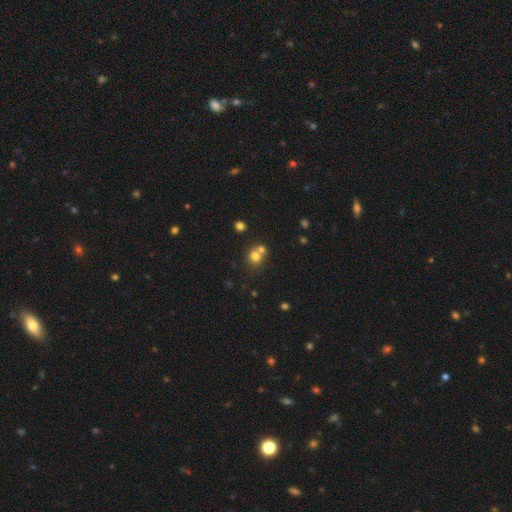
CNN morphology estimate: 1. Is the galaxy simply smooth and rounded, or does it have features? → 73% smooth, 15% star or artifact, 12% featured or disk.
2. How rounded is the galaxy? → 79% round, 20% in between, 1% cigar-shaped.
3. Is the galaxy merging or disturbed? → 45% none (tied), 45% merger (tied), 8% minor disturbance, 3% major disturbance.